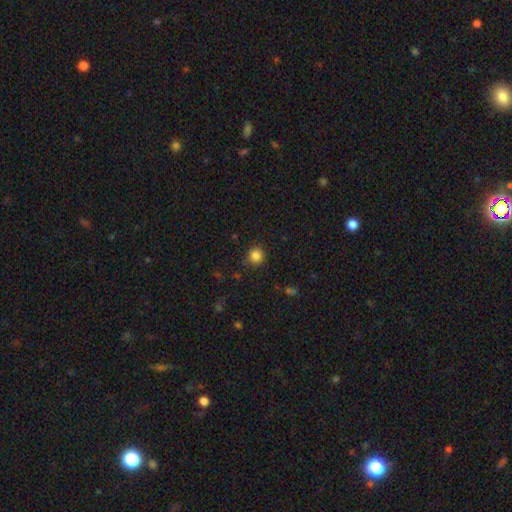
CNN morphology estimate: A smooth galaxy with no disk features (84%) that is round (89%).

Vote fractions:
- Smooth or featured? smooth: 84% / star or artifact: 12% / featured or disk: 4%
- How rounded? round: 89% / in between: 10% / cigar-shaped: 1%
- Merging? none: 87% / minor disturbance: 9% / major disturbance: 3% / merger: 1%